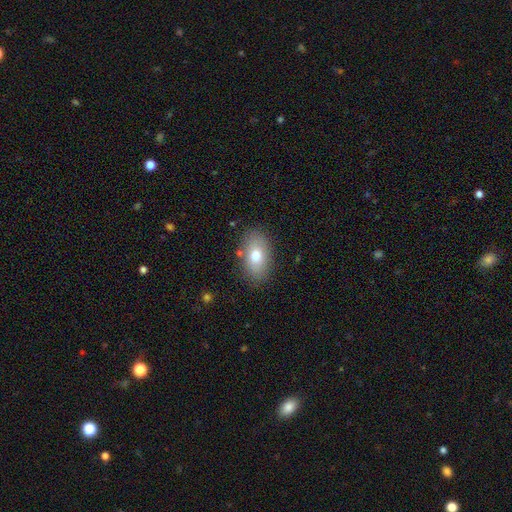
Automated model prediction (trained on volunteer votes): Q: Smooth or featured?
A: smooth (76%); runner-up: featured or disk (16%)
Q: How rounded?
A: in between (90%); runner-up: round (8%)
Q: Merging?
A: none (82%); runner-up: minor disturbance (12%)